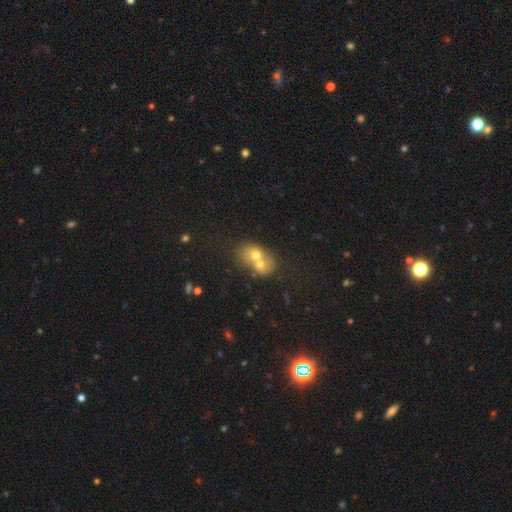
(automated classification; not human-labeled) This is possibly a smooth galaxy (60%). How rounded: possibly round (55%). Merging: likely merger (72%).